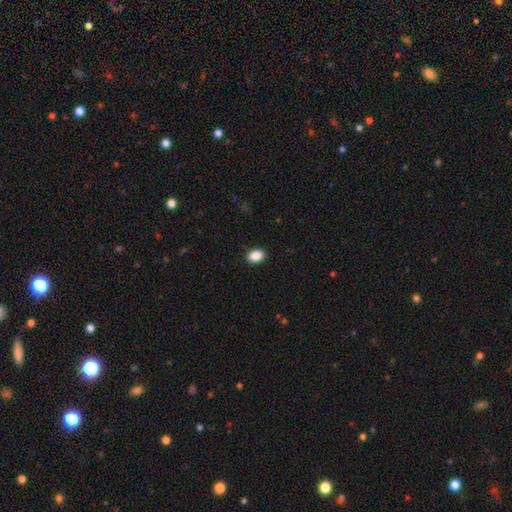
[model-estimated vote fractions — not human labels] A smooth galaxy with no disk features (89%) that is in between round and cigar-shaped (77%).

Vote fractions:
- Smooth or featured? smooth: 89% / star or artifact: 8% / featured or disk: 3%
- How rounded? in between: 77% / round: 22% / cigar-shaped: 1%
- Merging? none: 90% / minor disturbance: 7% / major disturbance: 2% / merger: 1%